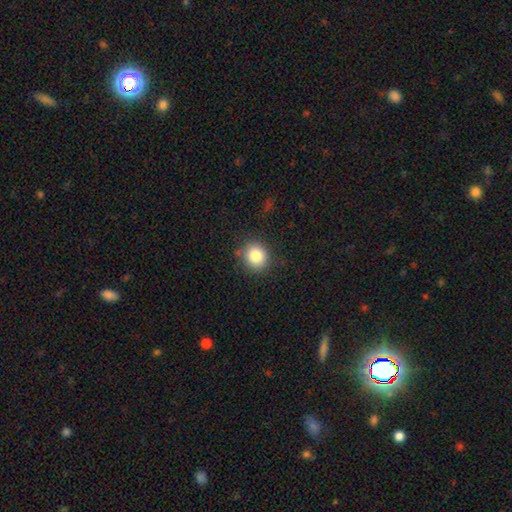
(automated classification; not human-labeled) The model was most divided on "how rounded": round: 83%, in between: 16%, cigar-shaped: 1%. More confident: merging — none (85%); smooth or featured — smooth (83%).